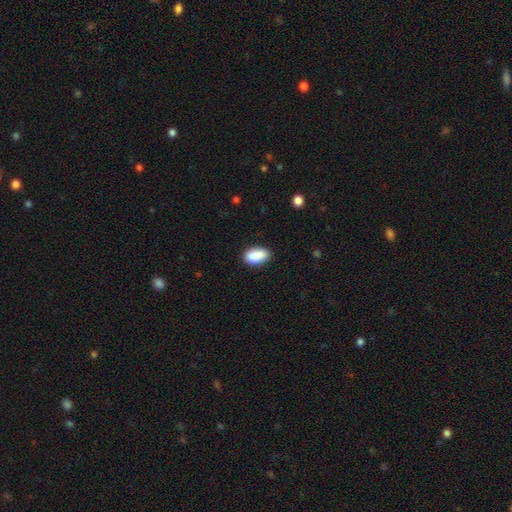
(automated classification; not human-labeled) smooth_or_featured: smooth (p=0.89) [alt: star or artifact p=0.07]
how_rounded: in between (p=0.93) [alt: round p=0.04]
merging: none (p=0.83) [alt: minor disturbance p=0.13]